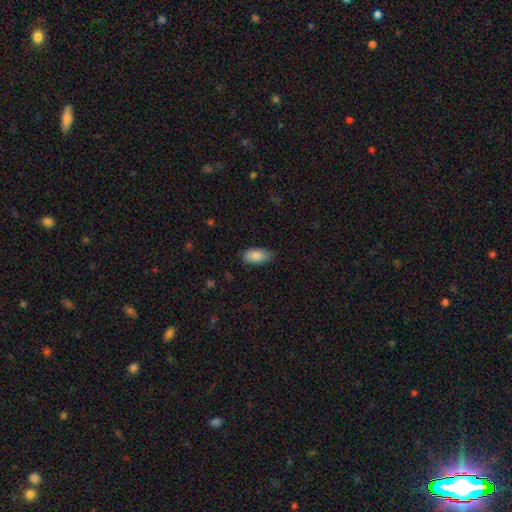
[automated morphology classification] Smooth or featured: smooth — 87% (star or artifact — 7%)
How rounded: in between — 93% (cigar-shaped — 5%)
Merging: none — 75% (minor disturbance — 21%)